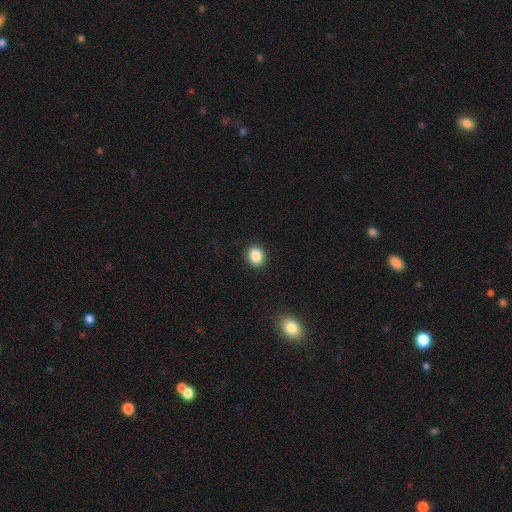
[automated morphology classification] type=smooth (87%); roundness=round (59%); merging=none (90%).